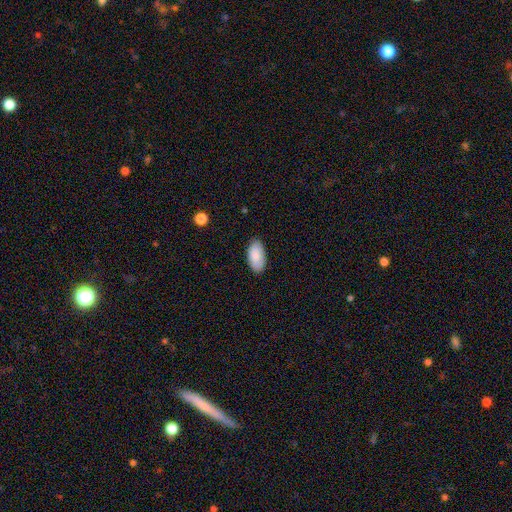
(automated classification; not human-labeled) Q: Smooth or featured?
A: smooth (88%); runner-up: star or artifact (6%)
Q: How rounded?
A: in between (95%); runner-up: cigar-shaped (3%)
Q: Merging?
A: none (86%); runner-up: minor disturbance (11%)